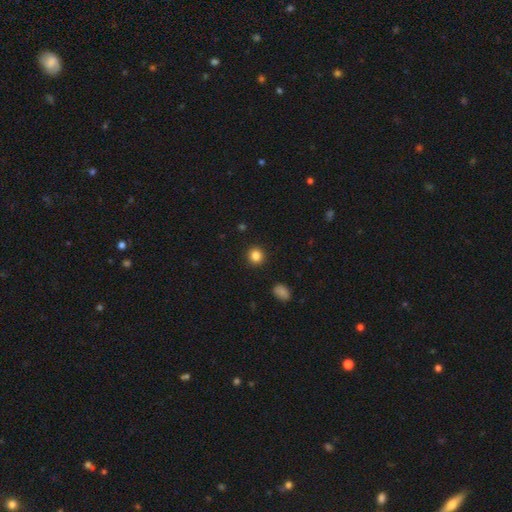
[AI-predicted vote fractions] A smooth galaxy with no disk features (85%) that is round (90%).

Vote fractions:
- Smooth or featured? smooth: 85% / star or artifact: 11% / featured or disk: 4%
- How rounded? round: 90% / in between: 9% / cigar-shaped: 1%
- Merging? none: 92% / minor disturbance: 5% / major disturbance: 2% / merger: 1%